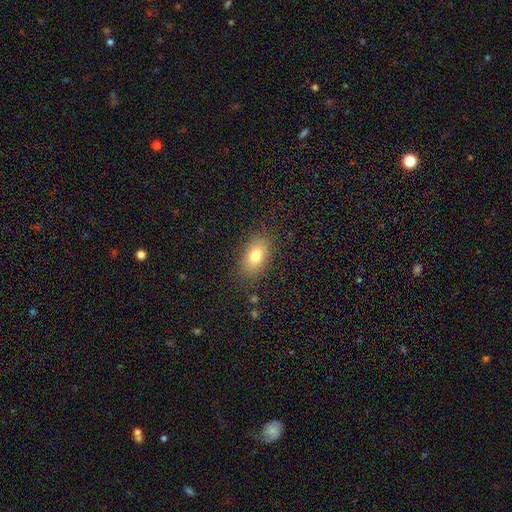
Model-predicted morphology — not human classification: Smooth or featured? Predicted: smooth (p=0.78). How rounded? Predicted: in between (p=0.87). Merging? Predicted: none (p=0.84).